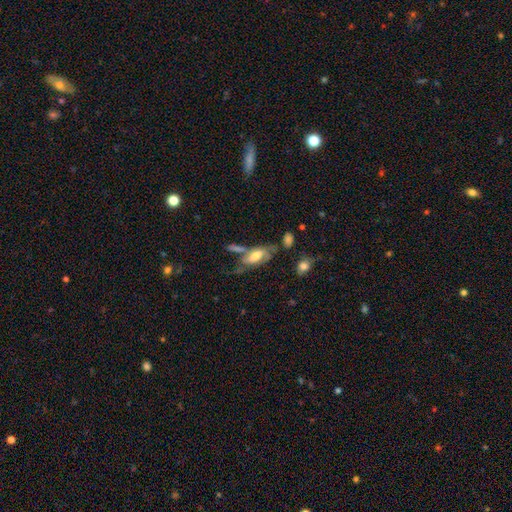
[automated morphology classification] type=featured or disk (52%); edge-on=no (78%); merging=none (35%).